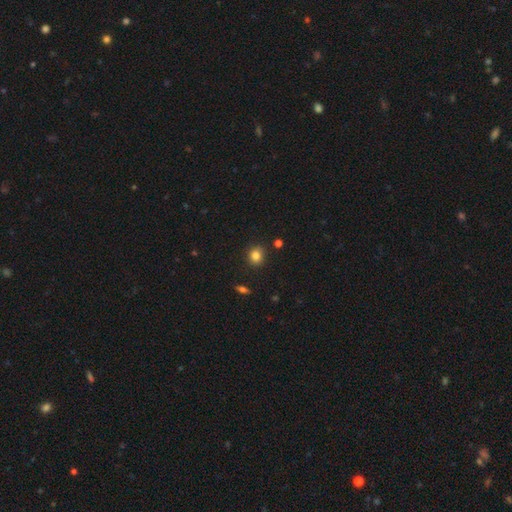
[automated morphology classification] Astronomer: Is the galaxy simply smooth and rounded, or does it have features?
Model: smooth — 82%.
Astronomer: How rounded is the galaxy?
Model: round — 77%.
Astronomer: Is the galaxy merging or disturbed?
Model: none — 85%.